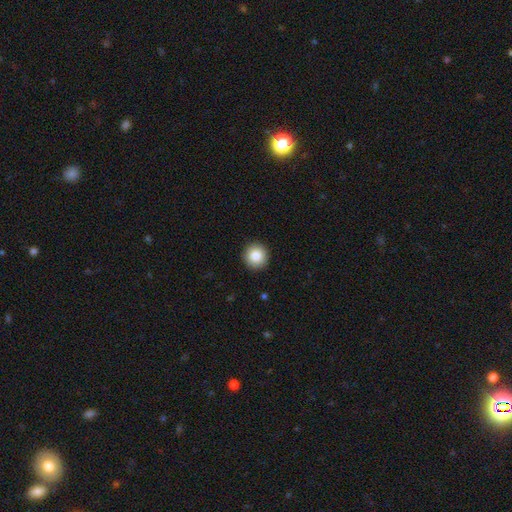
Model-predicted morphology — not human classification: Smooth or featured: smooth — 84% (star or artifact — 9%)
How rounded: round — 95% (in between — 4%)
Merging: none — 93% (minor disturbance — 5%)